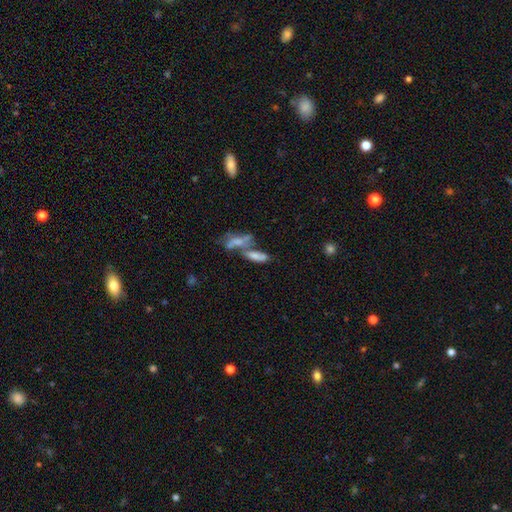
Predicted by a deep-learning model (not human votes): A smooth galaxy with no disk features (64%) that is in between round and cigar-shaped (61%).

Vote fractions:
- Smooth or featured? smooth: 64% / featured or disk: 24% / star or artifact: 11%
- How rounded? in between: 61% / cigar-shaped: 36% / round: 3%
- Merging? merger: 59% / none: 24% / minor disturbance: 9% / major disturbance: 7%